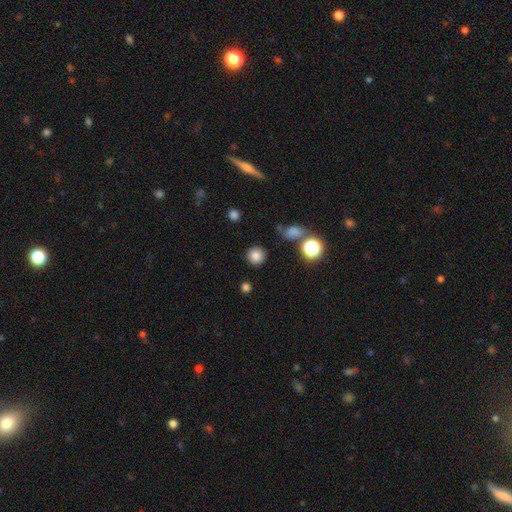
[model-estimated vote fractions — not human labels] This appears to be a smooth galaxy with no disk features (82%) that is round (94%). Merging: none (89%).